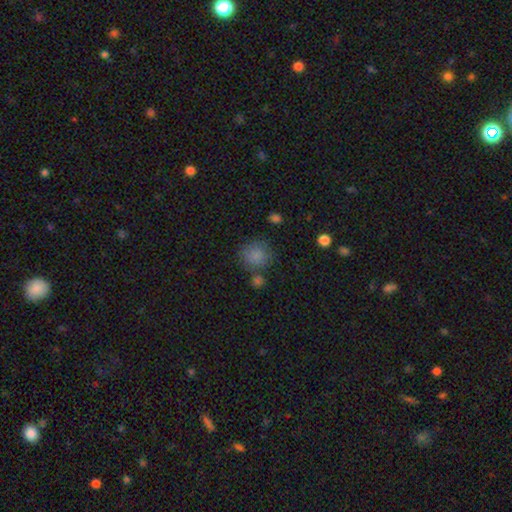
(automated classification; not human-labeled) smooth-or-featured: smooth: 82% | star or artifact: 11% | featured or disk: 7%
  how-rounded: round: 84% | in between: 15% | cigar-shaped: 1%
  merging: none: 68% | minor disturbance: 16% | merger: 10% | major disturbance: 6%